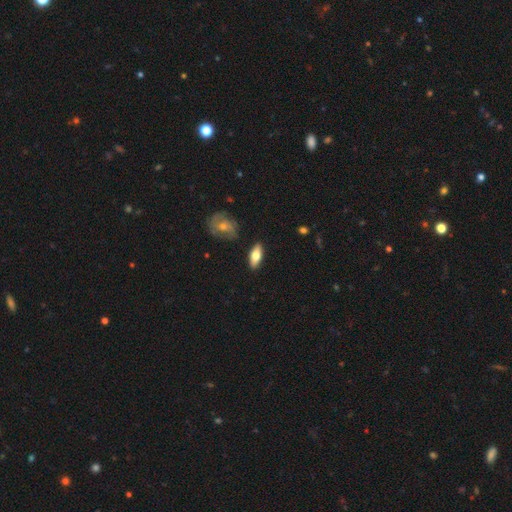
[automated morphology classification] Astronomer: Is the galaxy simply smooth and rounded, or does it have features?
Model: smooth — 66%.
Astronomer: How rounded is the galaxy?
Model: in between — 77%.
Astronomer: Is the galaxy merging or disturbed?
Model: none — 87%.